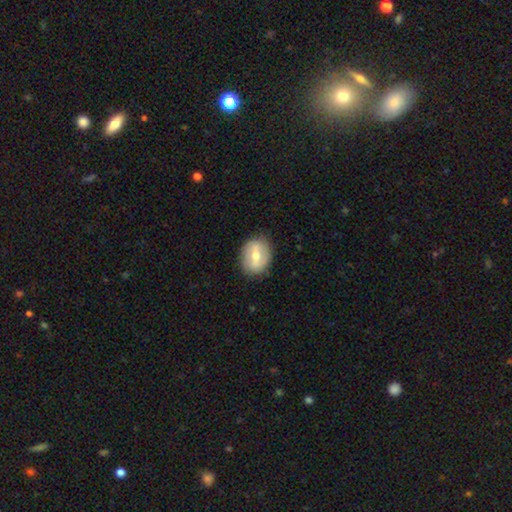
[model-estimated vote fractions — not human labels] Smooth or featured? featured or disk (49%)
Merging? none (86%)